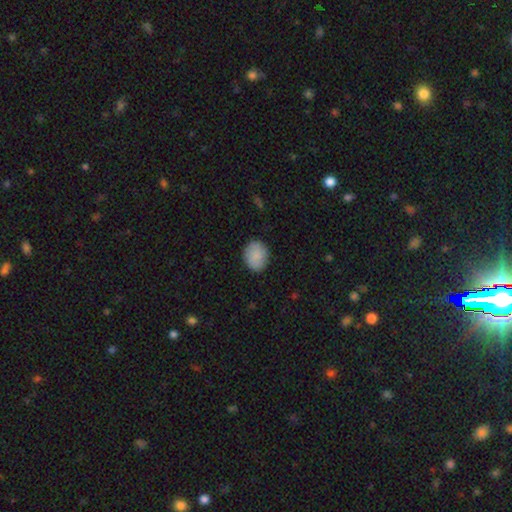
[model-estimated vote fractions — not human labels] Smooth or featured? smooth (86%)
How rounded? round (53%)
Merging? none (86%)